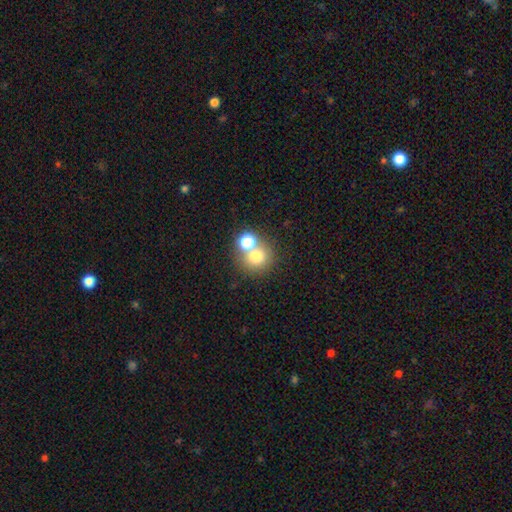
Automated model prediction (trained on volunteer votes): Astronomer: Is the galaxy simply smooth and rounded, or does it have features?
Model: smooth — 71%.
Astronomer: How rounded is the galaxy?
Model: round — 86%.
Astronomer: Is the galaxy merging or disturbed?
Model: none — 50% (runner-up: merger, 41%).